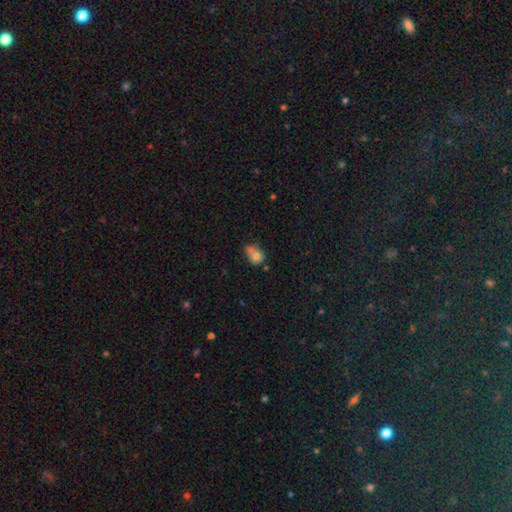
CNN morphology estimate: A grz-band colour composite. It shows a smooth galaxy with no disk features (73%) that is round (61%). Merging: merger (47%).